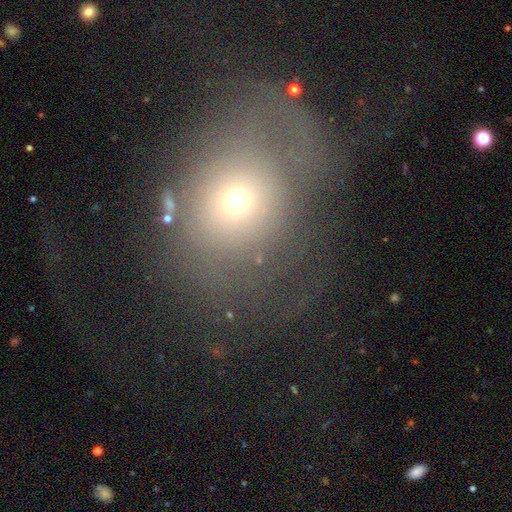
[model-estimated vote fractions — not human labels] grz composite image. It shows a smooth galaxy with no disk features (56%) that is round (66%). Merging: none (43%).